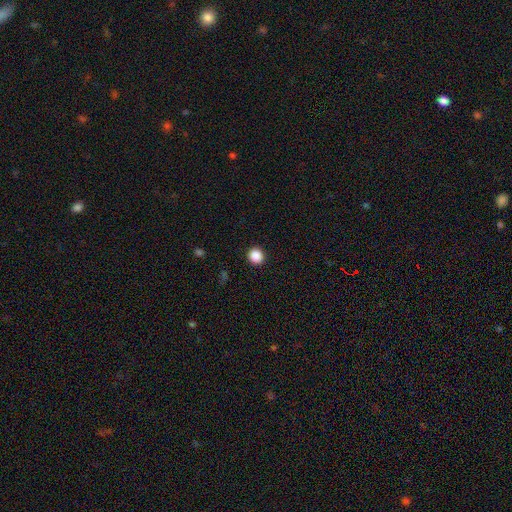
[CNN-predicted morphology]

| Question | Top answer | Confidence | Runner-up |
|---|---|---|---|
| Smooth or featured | smooth | 88% | star or artifact (10%) |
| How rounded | round | 91% | in between (8%) |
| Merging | none | 93% | minor disturbance (4%) |